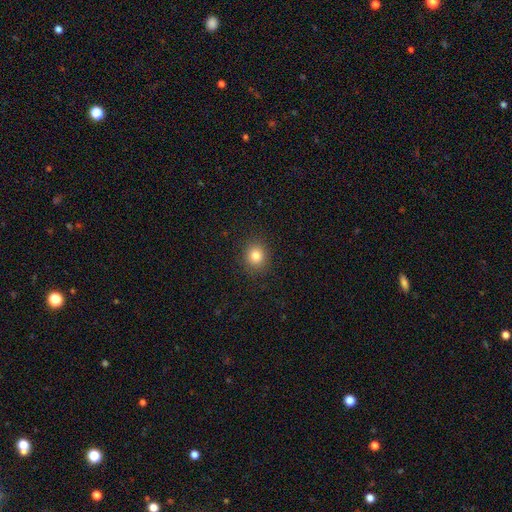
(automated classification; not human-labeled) The model was most divided on "how rounded": round: 82%, in between: 17%, cigar-shaped: 1%. More confident: merging — none (90%); smooth or featured — smooth (81%).